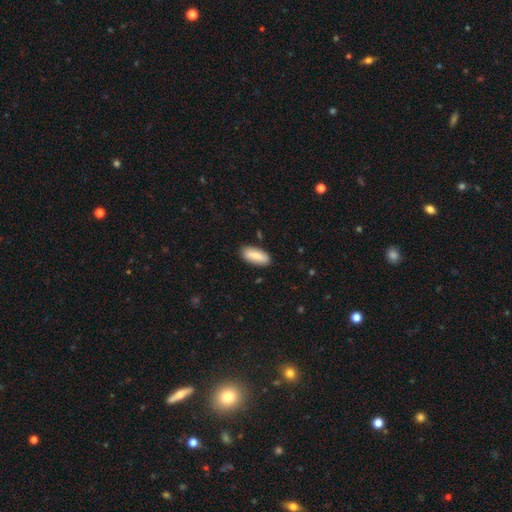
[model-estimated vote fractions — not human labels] A smooth galaxy with no disk features (81%) that is in between round and cigar-shaped (81%).

Vote fractions:
- Smooth or featured? smooth: 81% / featured or disk: 13% / star or artifact: 6%
- How rounded? in between: 81% / cigar-shaped: 17% / round: 2%
- Merging? none: 87% / minor disturbance: 10% / major disturbance: 2% / merger: 1%